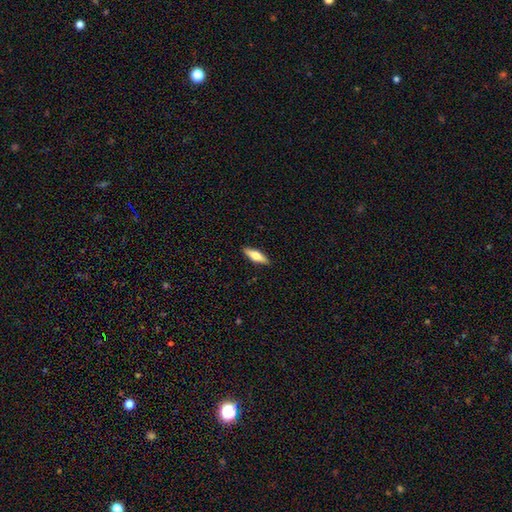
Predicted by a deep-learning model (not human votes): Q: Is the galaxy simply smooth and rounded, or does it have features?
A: smooth — 57%.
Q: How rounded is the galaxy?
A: cigar-shaped — 51%.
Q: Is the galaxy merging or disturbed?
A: none — 90%.